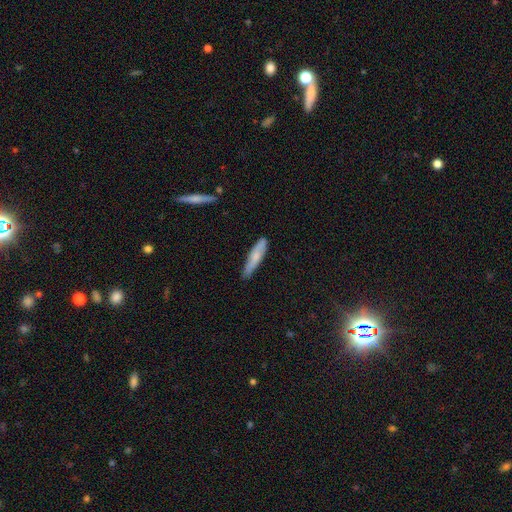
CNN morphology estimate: Smooth or featured?
  - smooth: 65% *
  - featured or disk: 28%
  - star or artifact: 7%
How rounded?
  - cigar-shaped: 84% *
  - in between: 14%
  - round: 2%
Merging?
  - none: 73% *
  - minor disturbance: 22%
  - major disturbance: 3%
  - merger: 2%